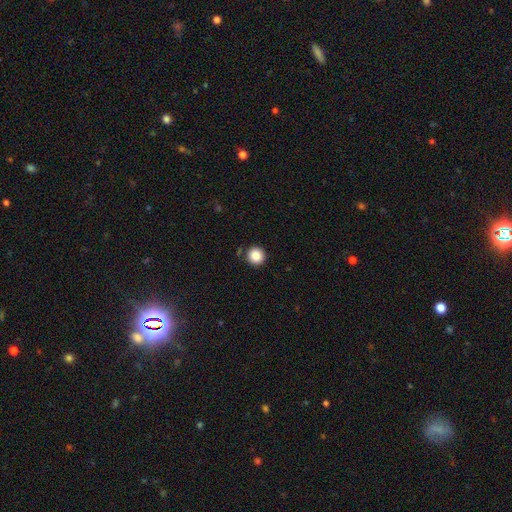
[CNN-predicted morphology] Smooth or featured? smooth (86%)
How rounded? round (95%)
Merging? none (90%)